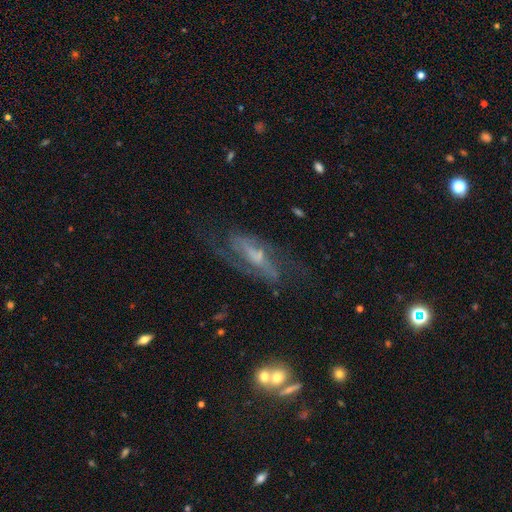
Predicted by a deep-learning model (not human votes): smooth_or_featured: featured or disk (p=0.76) [alt: smooth p=0.15]
disk_edge_on: no (p=0.84) [alt: yes p=0.16]
bar: weak (p=0.40) [alt: no p=0.38]
has_spiral_arms: yes (p=0.84) [alt: no p=0.16]
spiral_winding: medium (p=0.45) [alt: loose p=0.31]
spiral_arm_count: 2 (p=0.59) [alt: can't tell p=0.22]
bulge_size: small (p=0.47) [alt: moderate p=0.33]
merging: none (p=0.57) [alt: major disturbance p=0.21]